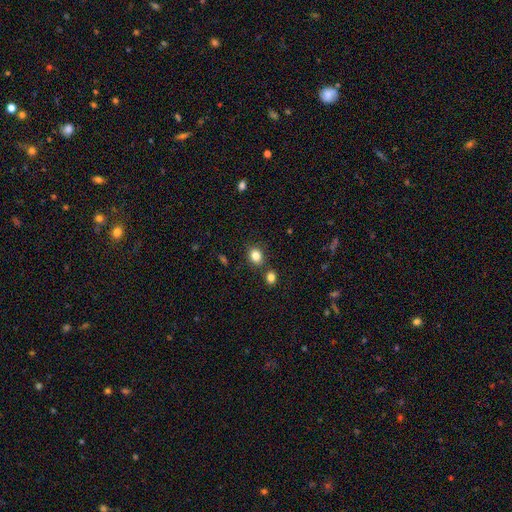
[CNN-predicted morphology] This is clearly a smooth galaxy (83%). How rounded: possibly round (52%). Merging: likely none (77%).